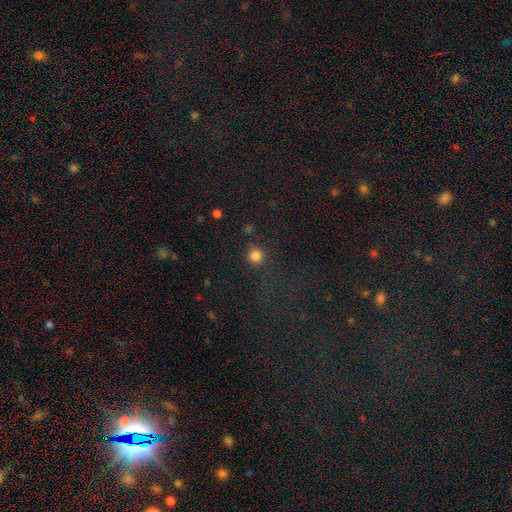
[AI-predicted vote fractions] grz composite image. It shows a smooth galaxy with no disk features (83%) that is round (94%). Merging: none (84%).